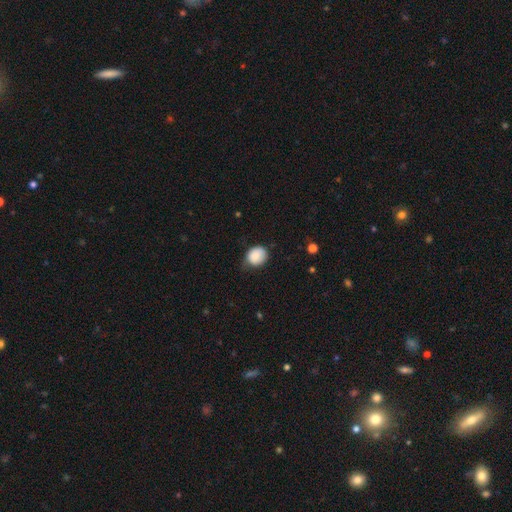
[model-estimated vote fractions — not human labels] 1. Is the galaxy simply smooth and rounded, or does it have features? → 86% smooth, 8% star or artifact, 6% featured or disk.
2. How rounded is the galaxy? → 66% round, 33% in between, 1% cigar-shaped.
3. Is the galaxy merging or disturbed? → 59% none, 32% minor disturbance, 7% major disturbance, 2% merger.